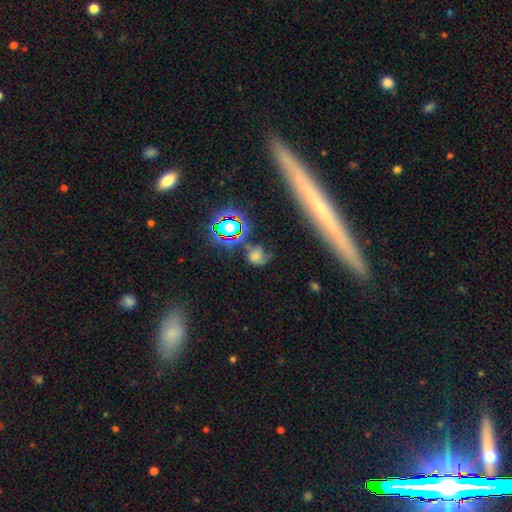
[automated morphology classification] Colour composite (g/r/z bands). It shows a smooth galaxy with no disk features (42%). Merging: none (42%).